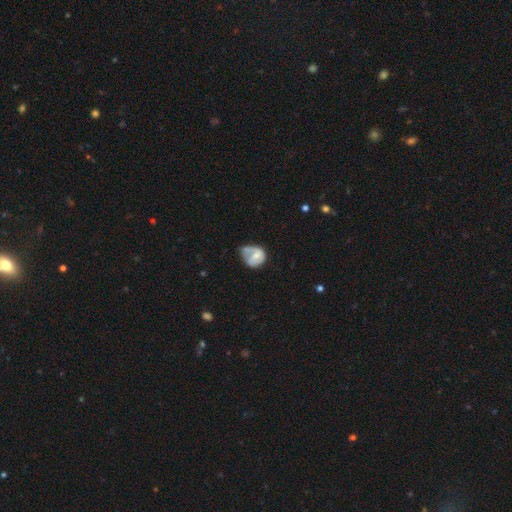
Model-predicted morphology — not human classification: Smooth or featured? Predicted: smooth (p=0.55). How rounded? Predicted: round (p=0.59). Merging? Predicted: minor disturbance (p=0.35).